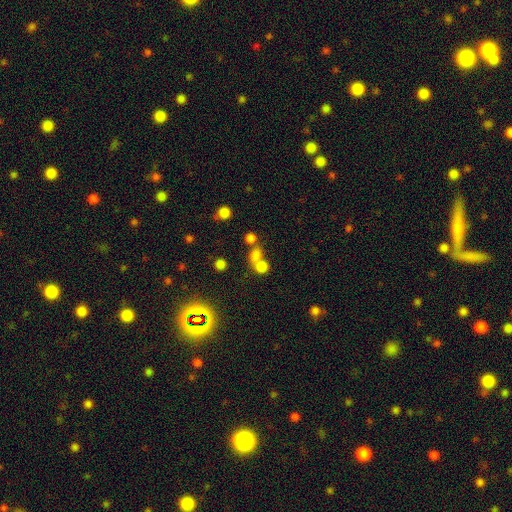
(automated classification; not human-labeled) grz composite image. It shows a smooth galaxy with no disk features (70%) that is round (69%). Merging: merger (46%).